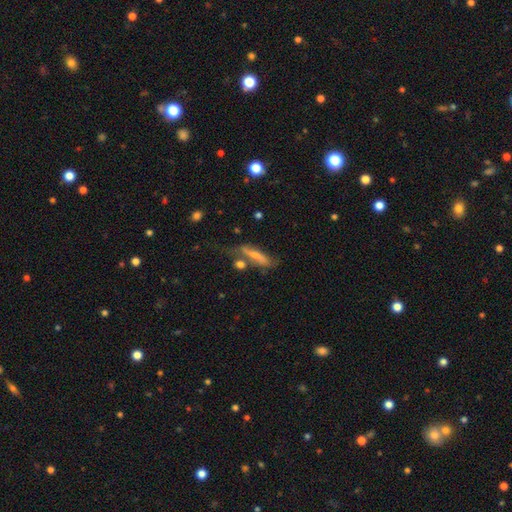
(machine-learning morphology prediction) A smooth galaxy with no disk features (51%) that is cigar-shaped (65%). Merging: none (42%).